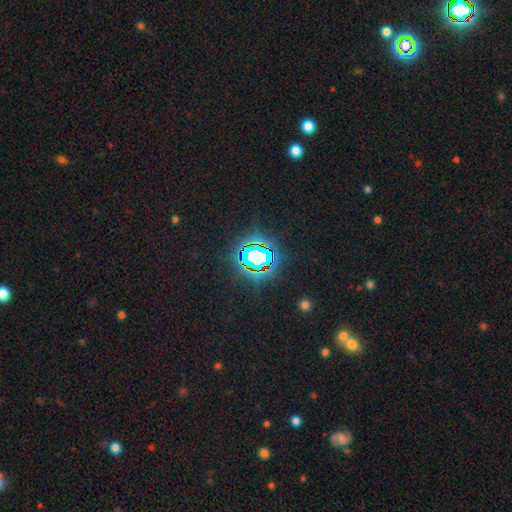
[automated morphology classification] Q: Smooth or featured?
A: star or artifact (68%); runner-up: smooth (17%)